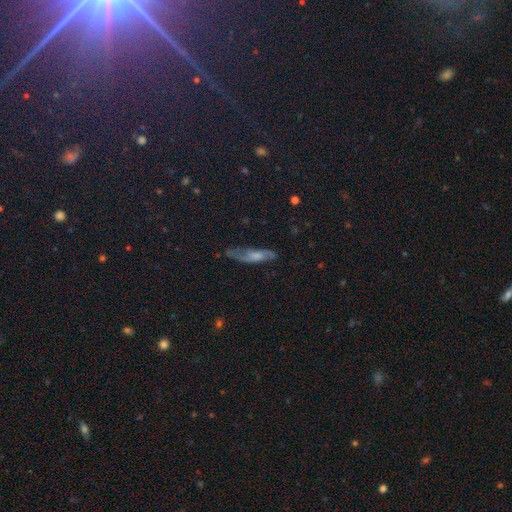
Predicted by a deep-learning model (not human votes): The model was most divided on "smooth or featured": featured or disk: 48%, smooth: 43%, star or artifact: 9%. More confident: merging — none (56%).